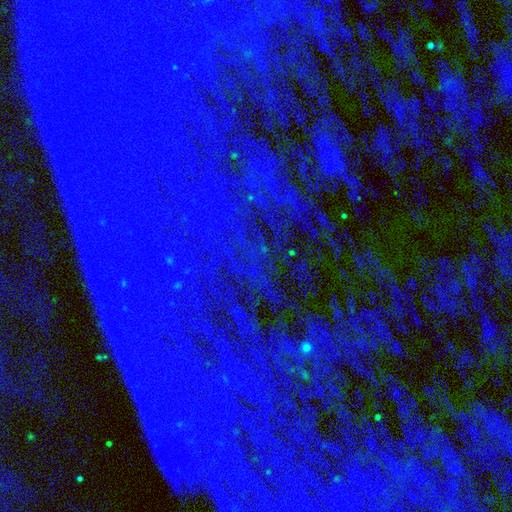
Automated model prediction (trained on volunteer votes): Q: Smooth or featured?
A: star or artifact (83%); runner-up: smooth (9%)